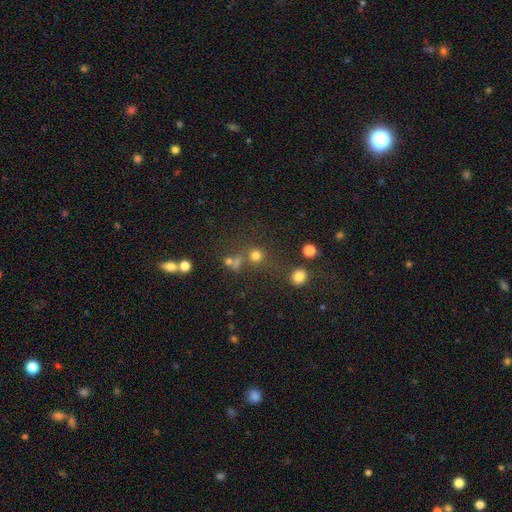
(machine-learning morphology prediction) type=smooth (72%); roundness=round (91%); merging=none (67%).